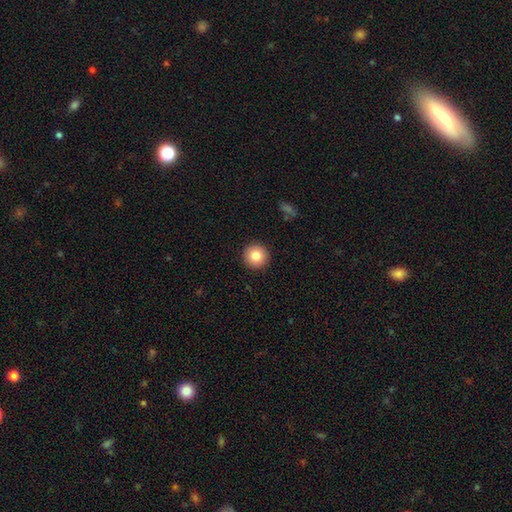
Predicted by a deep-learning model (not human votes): This is clearly a smooth galaxy (84%). How rounded: clearly round (96%). Merging: clearly none (93%).